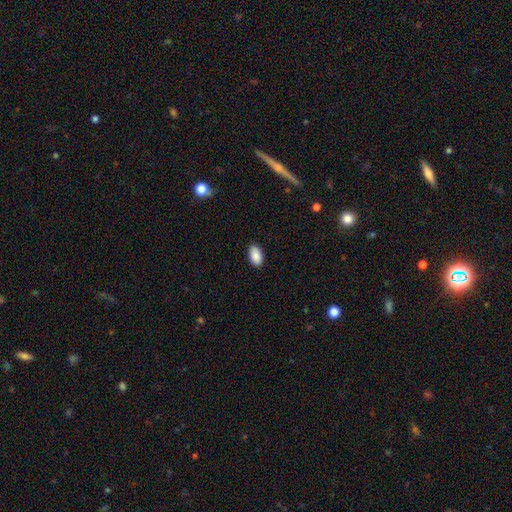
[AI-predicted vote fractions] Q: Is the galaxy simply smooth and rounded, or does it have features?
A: smooth — 90%.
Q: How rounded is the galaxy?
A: in between — 94%.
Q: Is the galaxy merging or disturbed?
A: none — 89%.